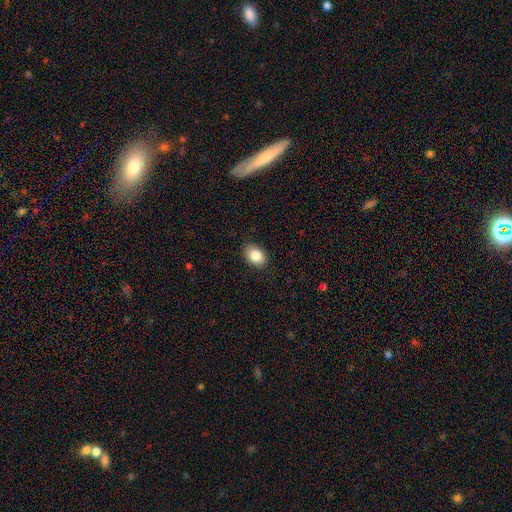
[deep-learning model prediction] A smooth galaxy with no disk features (86%) that is in between round and cigar-shaped (80%). Merging: none (87%).